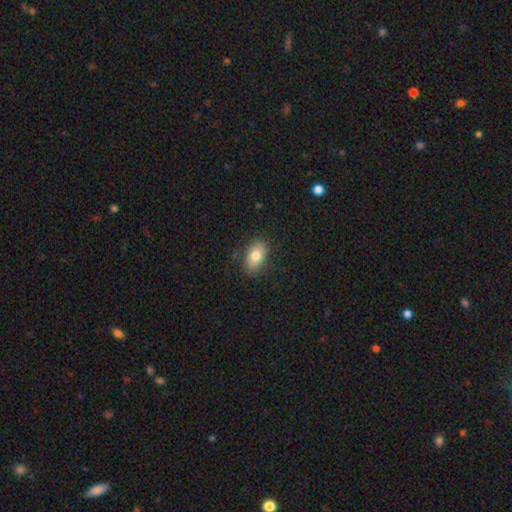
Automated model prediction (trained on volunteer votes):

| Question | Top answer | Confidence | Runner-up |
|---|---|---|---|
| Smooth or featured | smooth | 78% | featured or disk (14%) |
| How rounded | in between | 88% | round (10%) |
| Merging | none | 83% | minor disturbance (13%) |